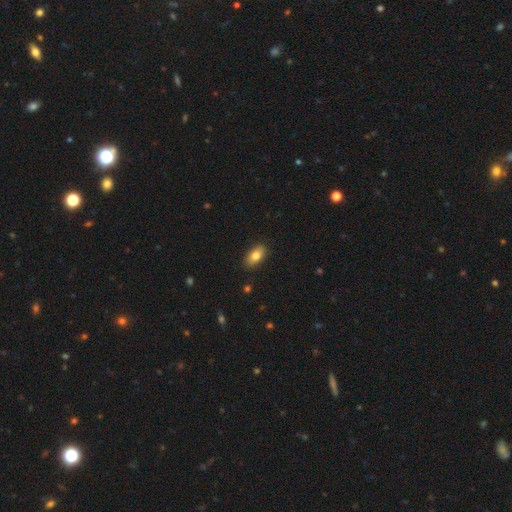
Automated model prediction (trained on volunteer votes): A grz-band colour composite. It shows a smooth galaxy with no disk features (81%) that is in between round and cigar-shaped (90%). Merging: none (88%).